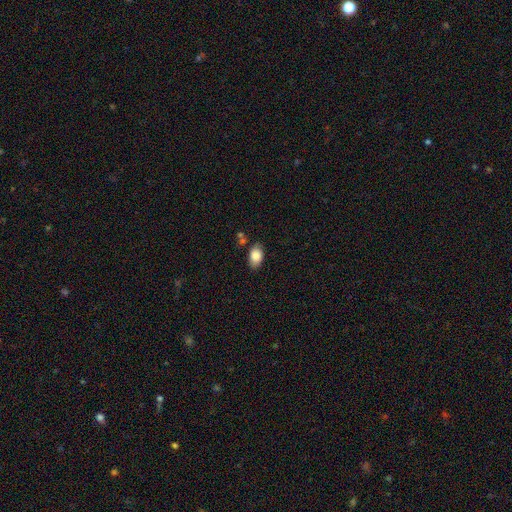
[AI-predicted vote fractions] Smooth or featured: smooth — 85% (featured or disk — 7%)
How rounded: in between — 89% (round — 10%)
Merging: none — 77% (minor disturbance — 15%)